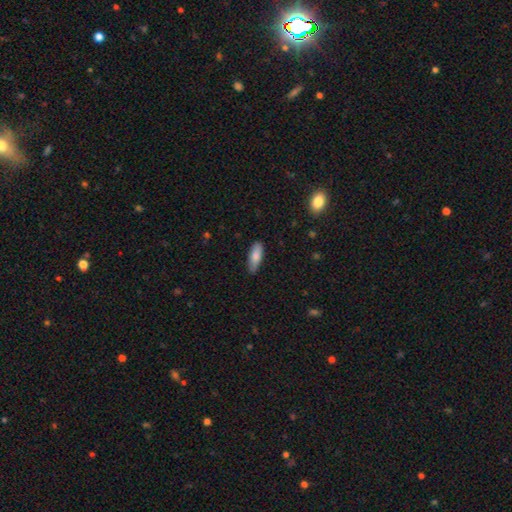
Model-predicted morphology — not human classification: smooth-or-featured: smooth: 82% | featured or disk: 12% | star or artifact: 6%
  how-rounded: in between: 65% | cigar-shaped: 33% | round: 2%
  merging: none: 82% | minor disturbance: 14% | major disturbance: 2% | merger: 1%